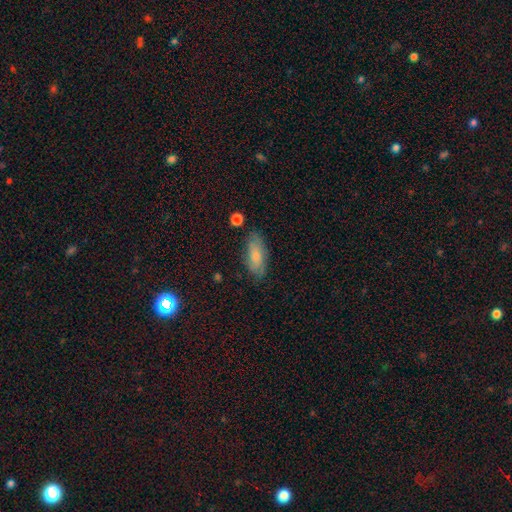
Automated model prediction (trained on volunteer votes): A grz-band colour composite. It shows a smooth galaxy with no disk features (72%) that is in between round and cigar-shaped (80%). Merging: none (75%).